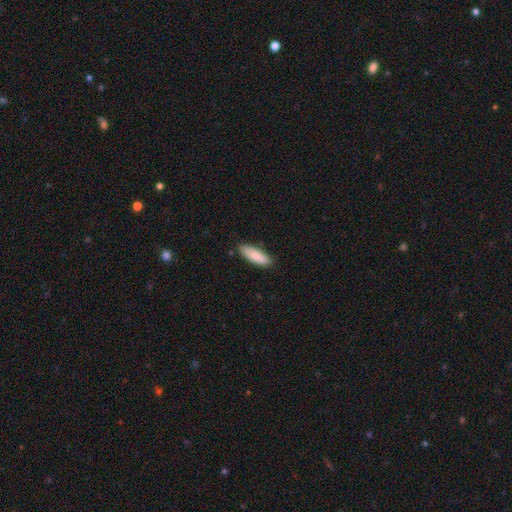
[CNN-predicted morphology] Overall: smooth (86%). How rounded: in between (55%; cigar-shaped 43%). Merging: none (83%).